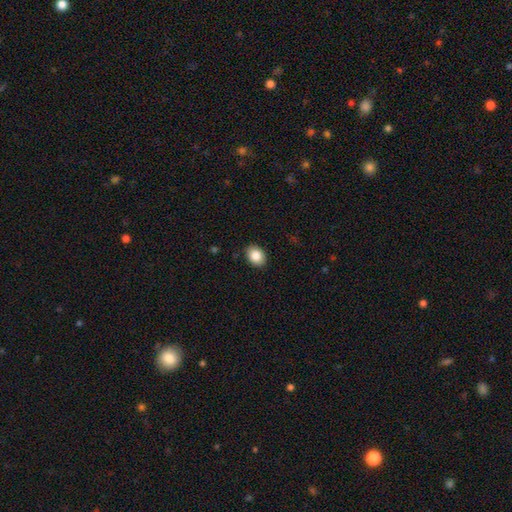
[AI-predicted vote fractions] smooth 86%, star or artifact 8%, featured or disk 6%. Down the decision tree: how rounded — in between (63%); merging — none (89%).